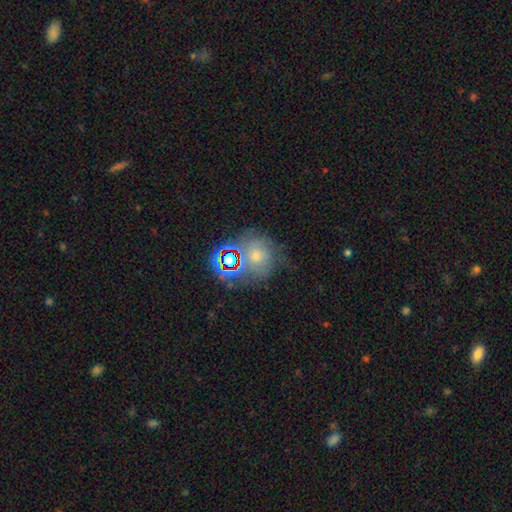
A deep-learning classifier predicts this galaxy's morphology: type=smooth (43%); merging=none (51%).